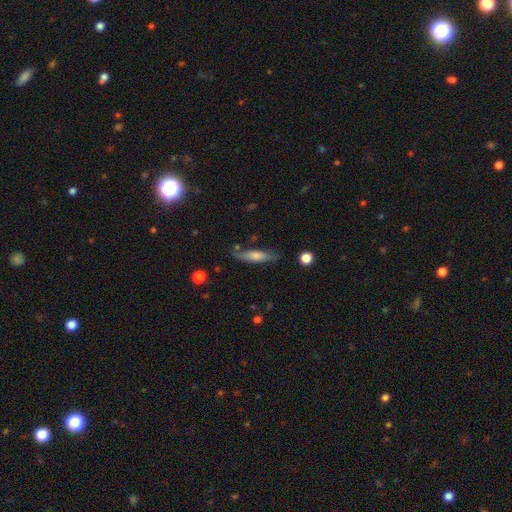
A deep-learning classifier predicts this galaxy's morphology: smooth 63%, featured or disk 31%, star or artifact 7%. Down the decision tree: how rounded — cigar-shaped (76%); merging — none (75%).